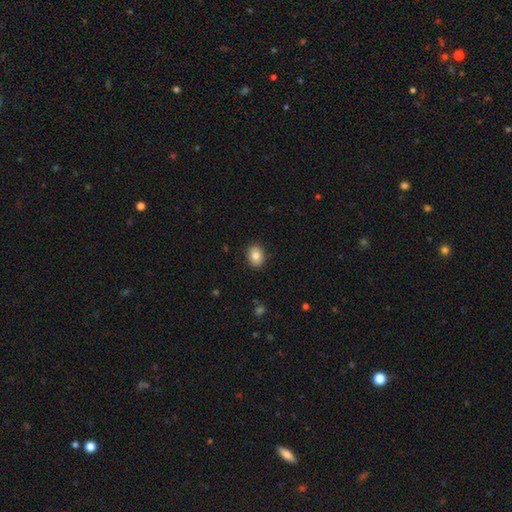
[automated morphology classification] Smooth or featured? smooth (83%)
How rounded? in between (55%)
Merging? none (89%)